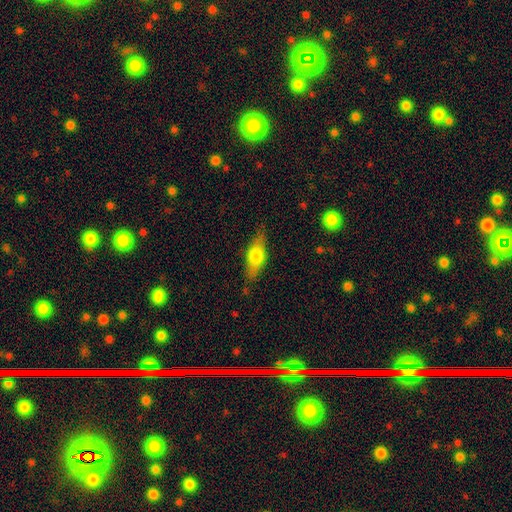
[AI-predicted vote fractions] Smooth or featured? smooth (59%)
How rounded? in between (65%)
Merging? none (80%)